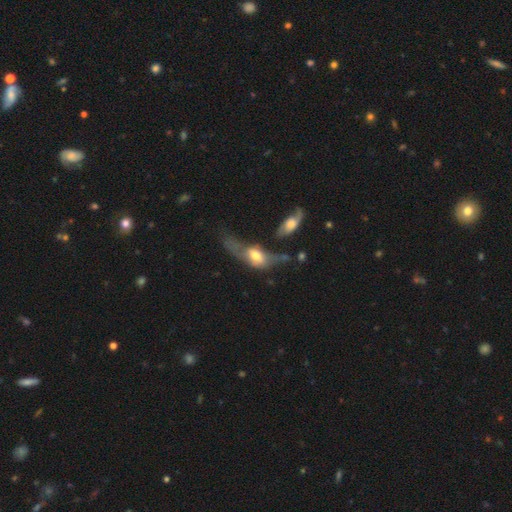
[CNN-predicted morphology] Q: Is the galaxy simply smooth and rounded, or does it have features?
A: smooth — 49%.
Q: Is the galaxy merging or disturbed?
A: major disturbance — 38%.